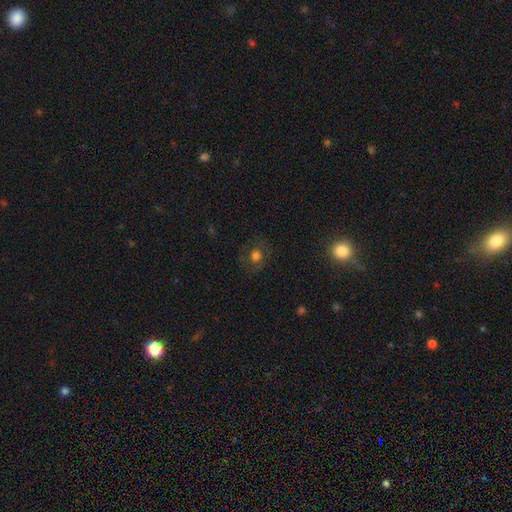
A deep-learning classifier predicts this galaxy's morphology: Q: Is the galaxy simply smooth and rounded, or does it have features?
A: smooth — 62%.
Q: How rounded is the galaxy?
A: round — 72%.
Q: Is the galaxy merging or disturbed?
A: none — 78%.